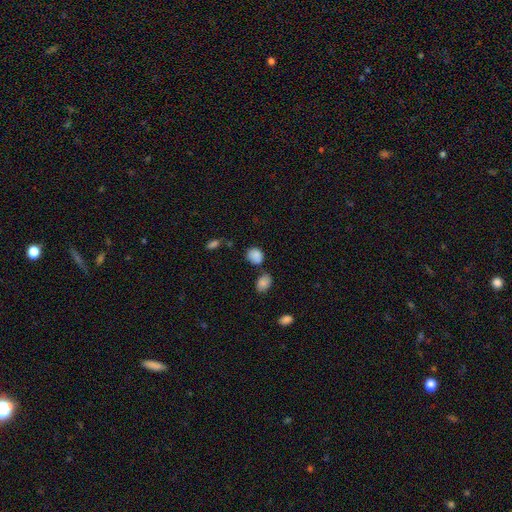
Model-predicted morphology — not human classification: Smooth or featured? smooth (84%)
How rounded? round (59%)
Merging? none (60%)